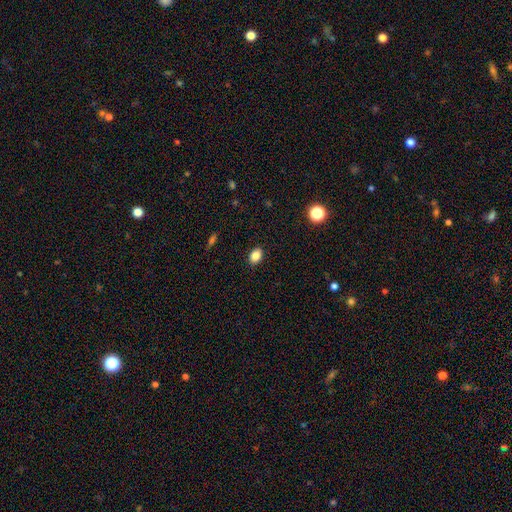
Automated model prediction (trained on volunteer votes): smooth 85%, star or artifact 10%, featured or disk 5%. Down the decision tree: how rounded — in between (77%); merging — none (89%).